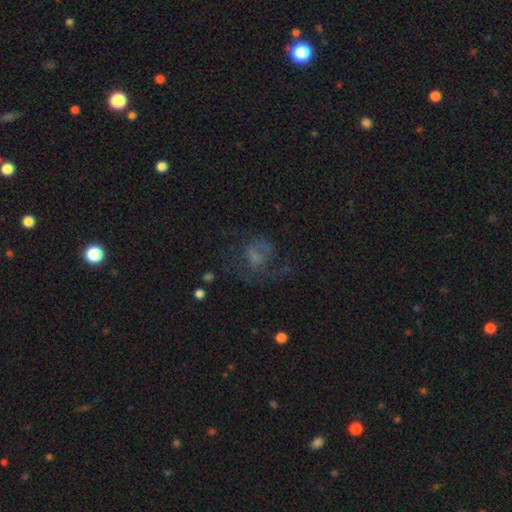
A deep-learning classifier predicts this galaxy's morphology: type=featured or disk (44%); merging=none (41%).